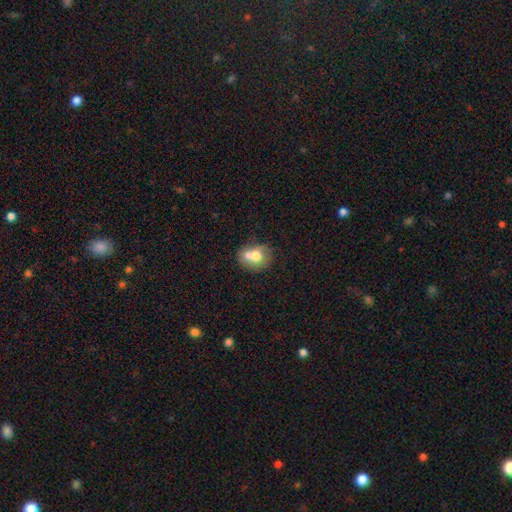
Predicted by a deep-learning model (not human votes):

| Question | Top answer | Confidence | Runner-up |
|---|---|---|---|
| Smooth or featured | smooth | 67% | featured or disk (25%) |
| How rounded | round | 56% | in between (44%) |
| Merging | merger | 55% | none (27%) |